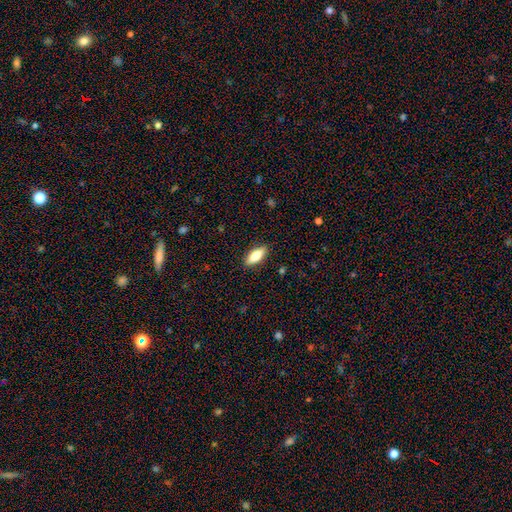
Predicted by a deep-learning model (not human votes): A smooth galaxy with no disk features (77%) that is in between round and cigar-shaped (74%).

Vote fractions:
- Smooth or featured? smooth: 77% / featured or disk: 17% / star or artifact: 6%
- How rounded? in between: 74% / cigar-shaped: 24% / round: 2%
- Merging? none: 89% / minor disturbance: 8% / major disturbance: 2% / merger: 1%